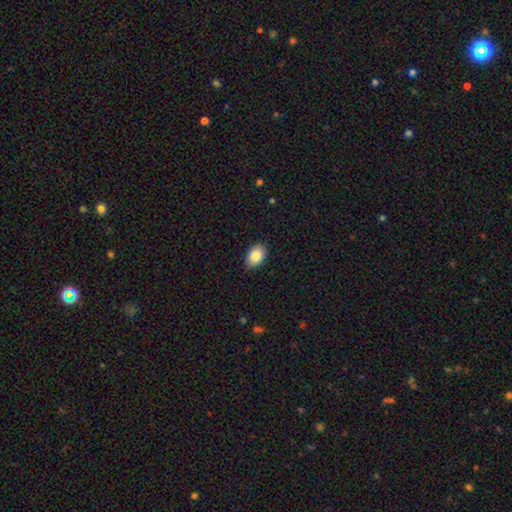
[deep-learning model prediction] smooth-or-featured: smooth: 86% | star or artifact: 7% | featured or disk: 7%
  how-rounded: in between: 84% | round: 15% | cigar-shaped: 1%
  merging: none: 88% | minor disturbance: 9% | major disturbance: 2% | merger: 1%